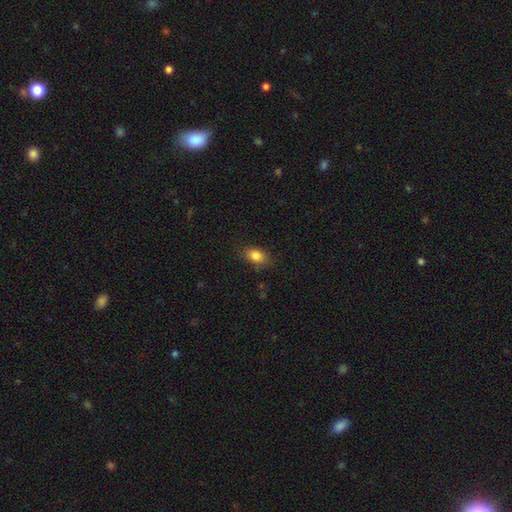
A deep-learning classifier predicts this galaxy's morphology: Smooth or featured: smooth — 85% (star or artifact — 9%)
How rounded: in between — 85% (round — 13%)
Merging: none — 80% (minor disturbance — 15%)